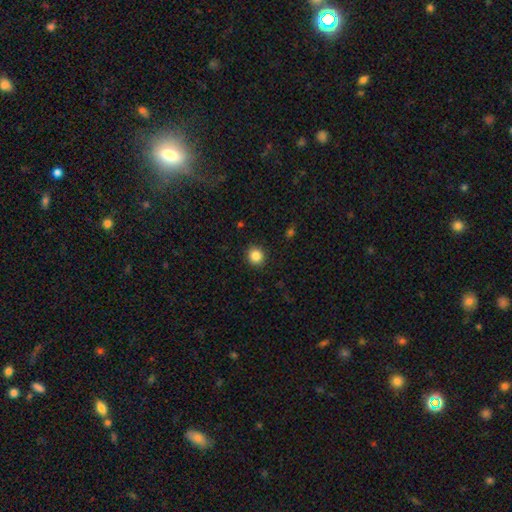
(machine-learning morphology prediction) A smooth galaxy with no disk features (86%) that is round (89%). Merging: none (91%).